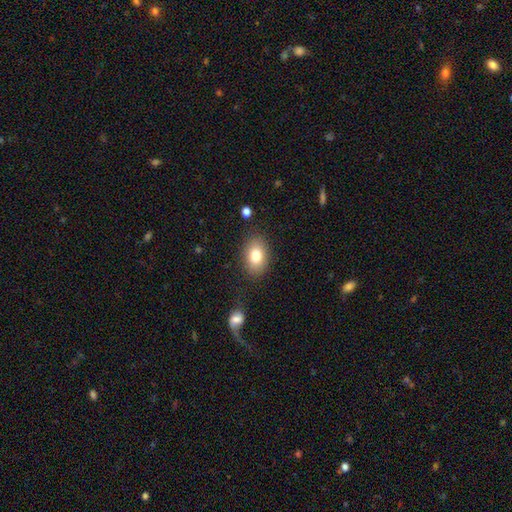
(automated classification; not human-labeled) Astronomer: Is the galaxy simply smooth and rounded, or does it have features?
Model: smooth — 79%.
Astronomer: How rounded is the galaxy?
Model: in between — 80%.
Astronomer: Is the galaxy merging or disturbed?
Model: none — 84%.